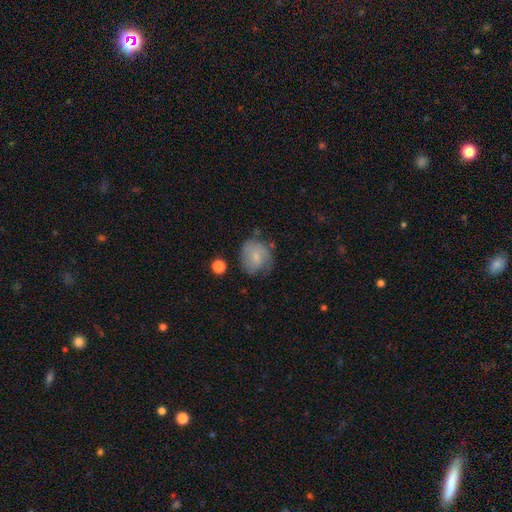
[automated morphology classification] Q: Smooth or featured?
A: smooth (59%); runner-up: featured or disk (32%)
Q: How rounded?
A: round (66%); runner-up: in between (33%)
Q: Merging?
A: none (55%); runner-up: minor disturbance (29%)